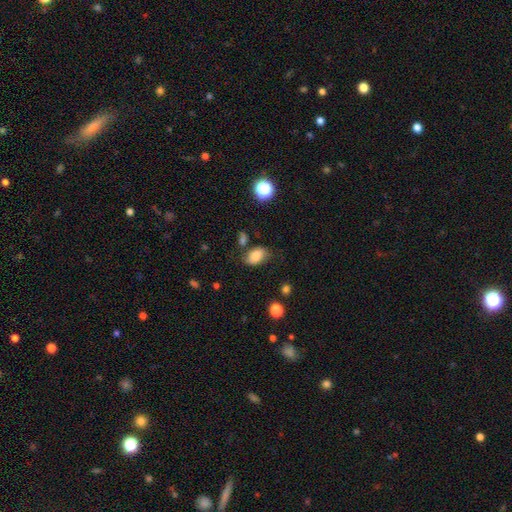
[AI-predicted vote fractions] A smooth galaxy with no disk features (77%) that is in between round and cigar-shaped (88%). Merging: none (65%).